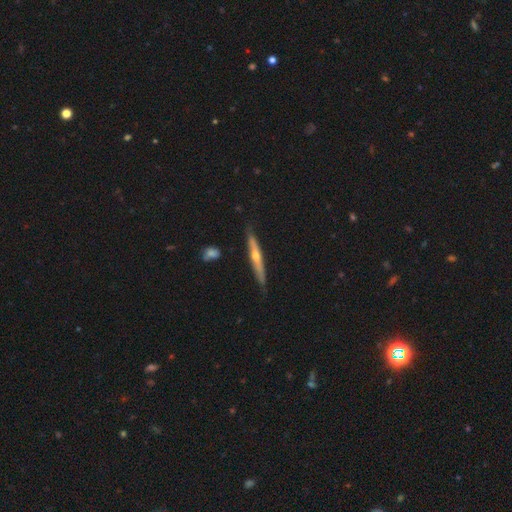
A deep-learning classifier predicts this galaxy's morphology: A featured or disk galaxy (65%) viewed edge-on (96%) with a rounded central bulge (83%). Merging: none (84%).